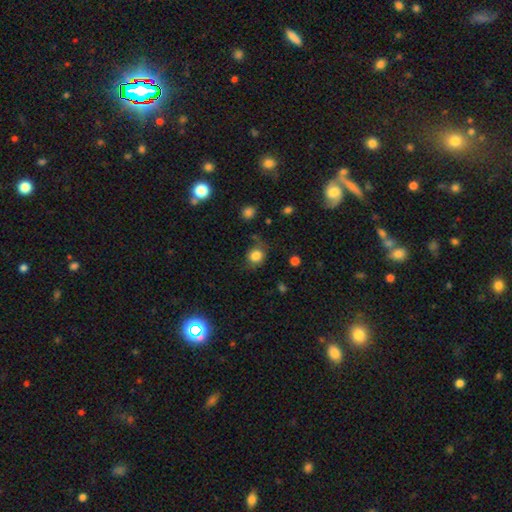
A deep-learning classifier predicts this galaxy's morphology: Overall: smooth (82%). How rounded: round (75%). Merging: none (69%).